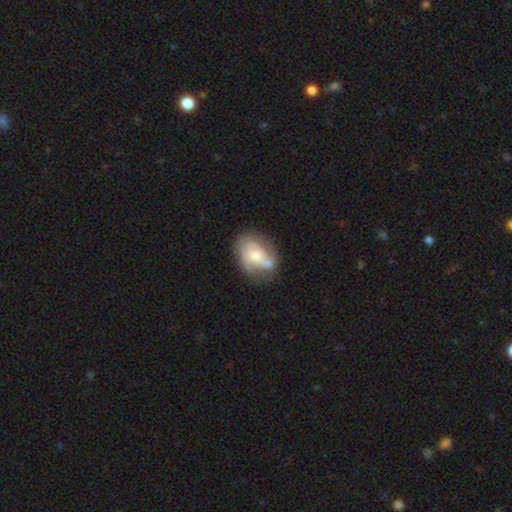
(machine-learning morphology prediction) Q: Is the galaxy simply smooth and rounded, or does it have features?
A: featured or disk — 58%.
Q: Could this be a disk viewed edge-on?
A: no — 97%.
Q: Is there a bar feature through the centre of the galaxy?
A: no — 72%.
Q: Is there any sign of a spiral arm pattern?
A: yes — 74%.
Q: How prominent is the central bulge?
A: moderate — 48%.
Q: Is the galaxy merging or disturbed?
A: none — 48%.